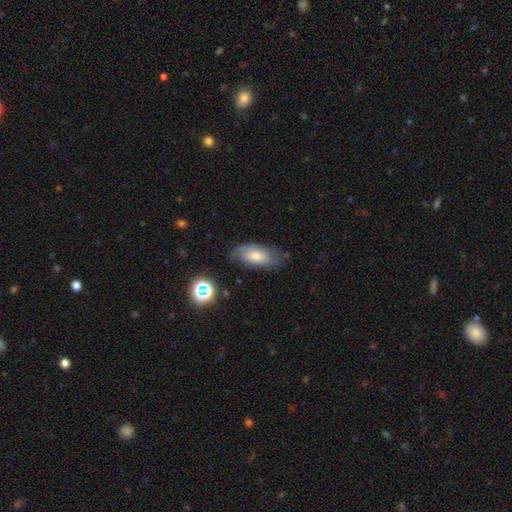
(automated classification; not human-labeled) smooth_or_featured: smooth (p=0.62) [alt: featured or disk p=0.29]
how_rounded: in between (p=0.90) [alt: cigar-shaped p=0.07]
merging: none (p=0.63) [alt: minor disturbance p=0.26]